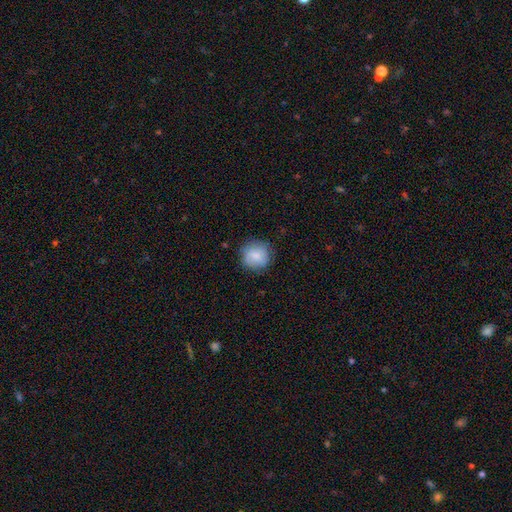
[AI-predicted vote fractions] This is clearly a smooth galaxy (82%). How rounded: clearly round (91%). Merging: likely none (80%).